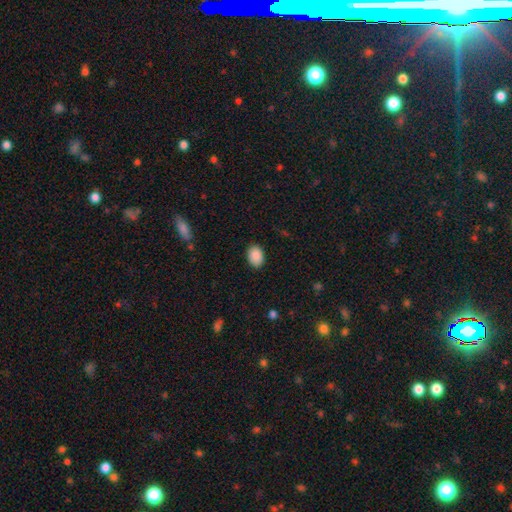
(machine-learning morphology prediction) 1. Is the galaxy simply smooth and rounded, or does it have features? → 90% smooth, 7% star or artifact, 3% featured or disk.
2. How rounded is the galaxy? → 79% in between, 20% round, 1% cigar-shaped.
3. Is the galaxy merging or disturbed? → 88% none, 9% minor disturbance, 2% major disturbance, 1% merger.